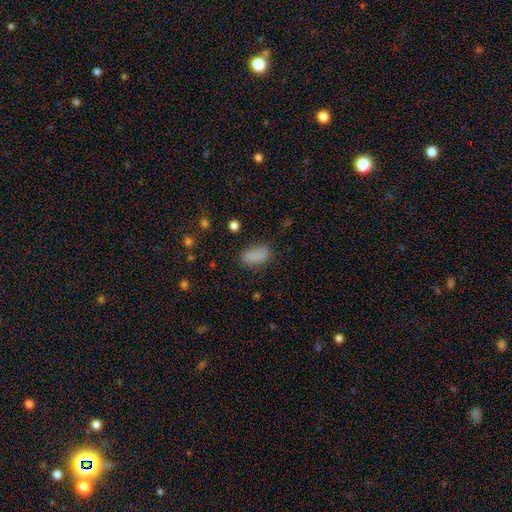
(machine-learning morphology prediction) type=smooth (83%); roundness=in between (88%); merging=none (72%).